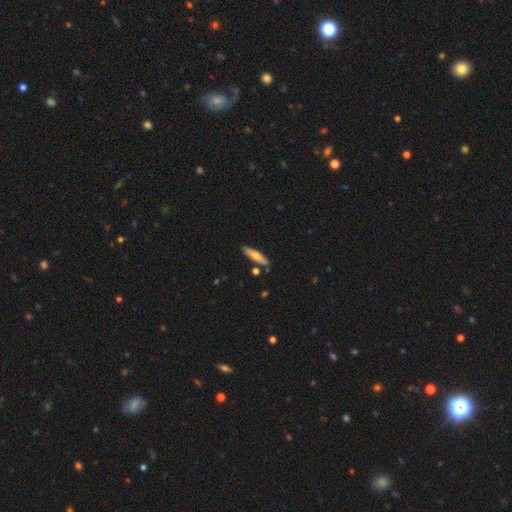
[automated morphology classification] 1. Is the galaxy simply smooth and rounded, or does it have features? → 58% smooth, 36% featured or disk, 6% star or artifact.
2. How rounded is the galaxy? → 74% cigar-shaped, 24% in between, 2% round.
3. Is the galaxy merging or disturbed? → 84% none, 10% minor disturbance, 4% merger, 2% major disturbance.